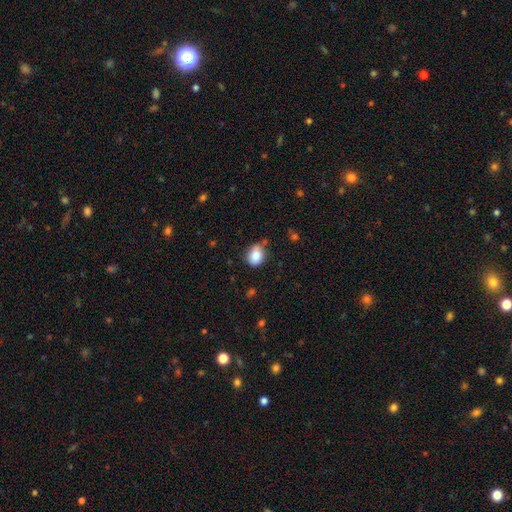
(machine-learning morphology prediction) This is clearly a smooth galaxy (85%). How rounded: possibly in between (53%). Merging: likely none (67%).